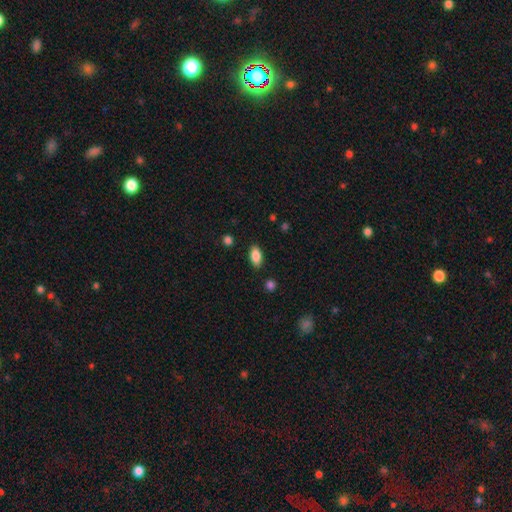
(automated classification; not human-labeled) A smooth galaxy with no disk features (87%) that is in between round and cigar-shaped (91%).

Vote fractions:
- Smooth or featured? smooth: 87% / star or artifact: 8% / featured or disk: 6%
- How rounded? in between: 91% / cigar-shaped: 5% / round: 4%
- Merging? none: 86% / minor disturbance: 10% / major disturbance: 2% / merger: 2%